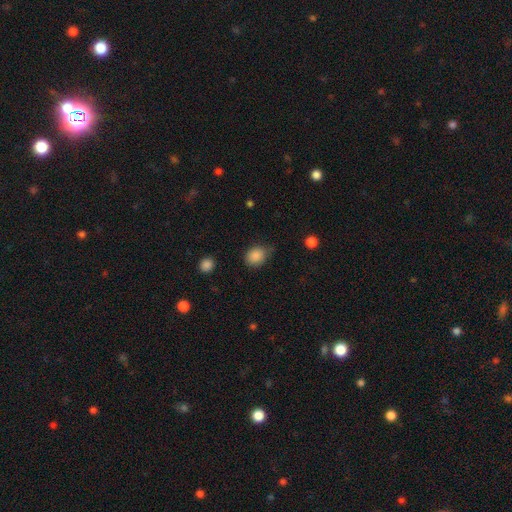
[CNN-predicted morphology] smooth_or_featured: smooth (p=0.86) [alt: star or artifact p=0.09]
how_rounded: round (p=0.50) [alt: in between p=0.49]
merging: none (p=0.64) [alt: minor disturbance p=0.28]